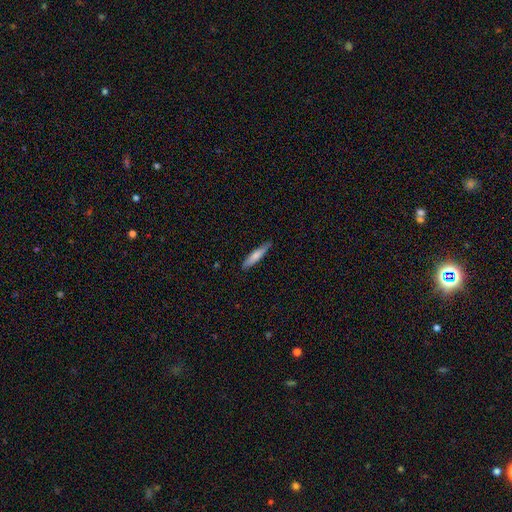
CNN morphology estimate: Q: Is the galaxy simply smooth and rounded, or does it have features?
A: smooth — 71%.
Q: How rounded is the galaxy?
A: cigar-shaped — 87%.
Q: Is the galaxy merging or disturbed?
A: none — 86%.